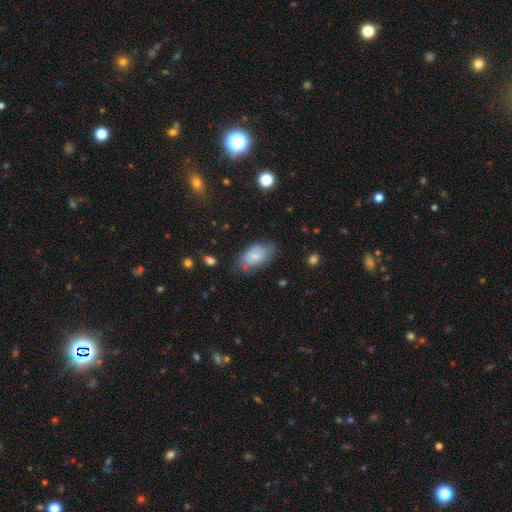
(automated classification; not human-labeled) A smooth galaxy with no disk features (71%) that is in between round and cigar-shaped (93%). Merging: none (63%).